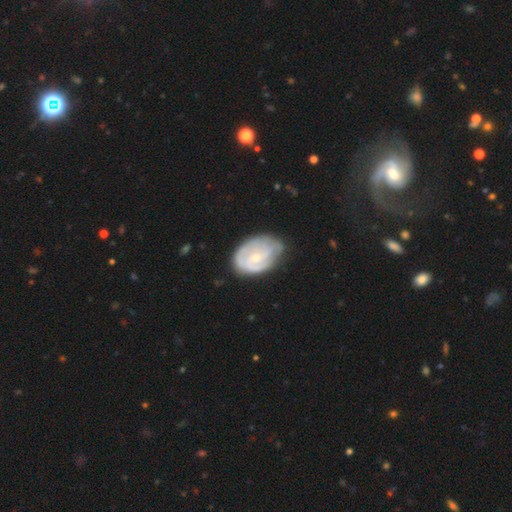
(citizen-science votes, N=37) Volunteers were most divided on "bar": no: 46%, weak: 38%, strong: 15%. More confident: edge-on disk — no (96%); spiral arms — yes (85%); smooth or featured — featured or disk (73%); spiral winding — tight (73%); spiral arm count — 2 (73%); bulge size — small (65%); merging — none (65%).